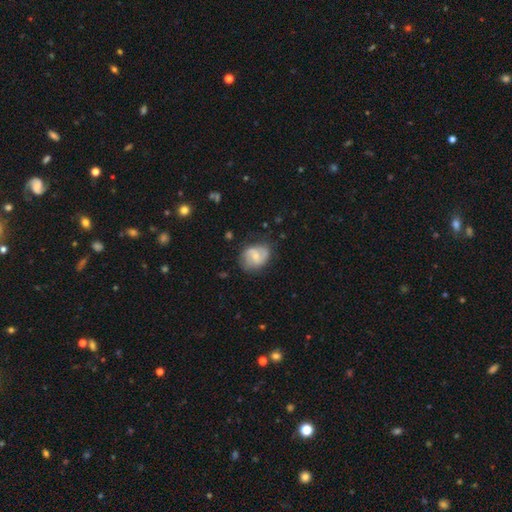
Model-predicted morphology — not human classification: featured or disk 55%, smooth 39%, star or artifact 7%. Down the decision tree: edge-on disk — no (97%); bar — weak (49%); spiral arms — yes (84%); bulge size — small (48%); merging — none (65%).